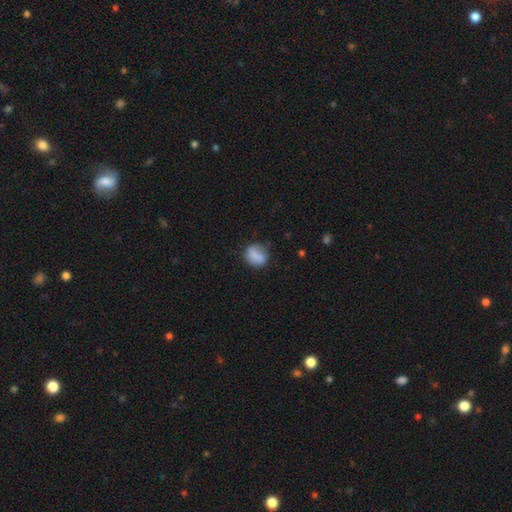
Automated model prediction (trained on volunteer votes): The model was most divided on "how rounded": round: 68%, in between: 30%, cigar-shaped: 2%. More confident: smooth or featured — smooth (73%); merging — none (67%).